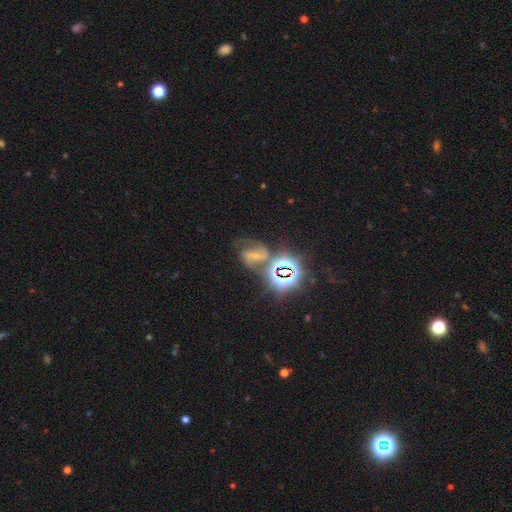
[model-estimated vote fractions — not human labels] This is possibly a featured or disk galaxy (50%). Merging: possibly none (50%).